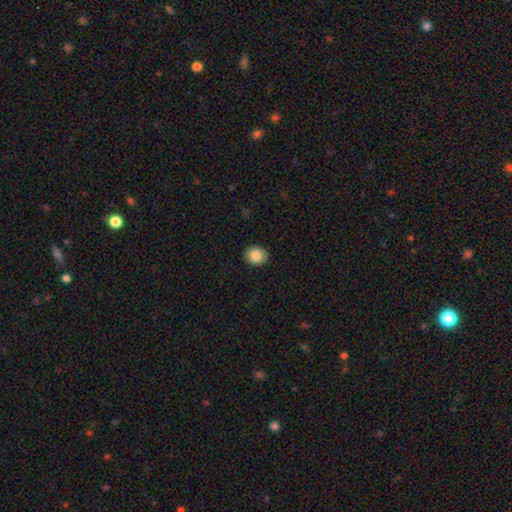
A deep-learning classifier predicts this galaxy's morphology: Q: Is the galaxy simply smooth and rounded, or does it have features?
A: smooth — 84%.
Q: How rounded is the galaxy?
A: round — 57%.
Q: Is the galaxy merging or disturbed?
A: none — 89%.